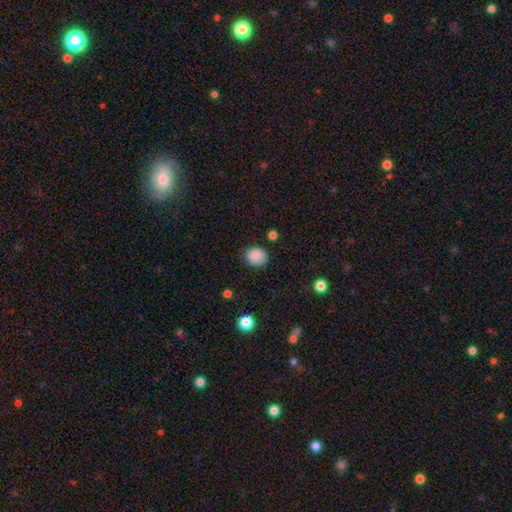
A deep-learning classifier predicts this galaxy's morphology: smooth-or-featured: smooth: 87% | star or artifact: 9% | featured or disk: 4%
  how-rounded: round: 71% | in between: 28% | cigar-shaped: 1%
  merging: none: 80% | minor disturbance: 15% | major disturbance: 4% | merger: 2%